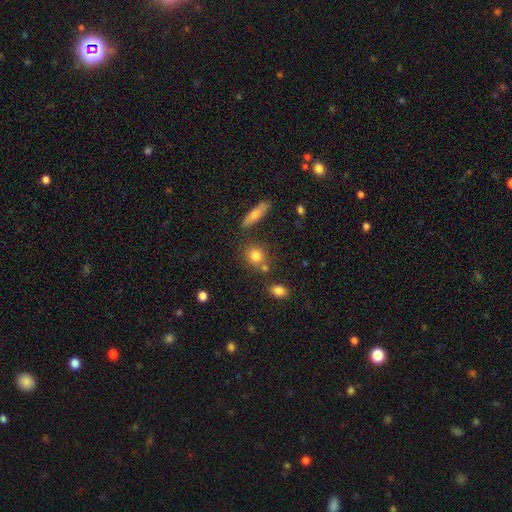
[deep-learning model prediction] Smooth or featured?
  - smooth: 79% *
  - featured or disk: 11%
  - star or artifact: 10%
How rounded?
  - round: 76% *
  - in between: 21%
  - cigar-shaped: 3%
Merging?
  - none: 70% *
  - merger: 16%
  - minor disturbance: 11%
  - major disturbance: 4%